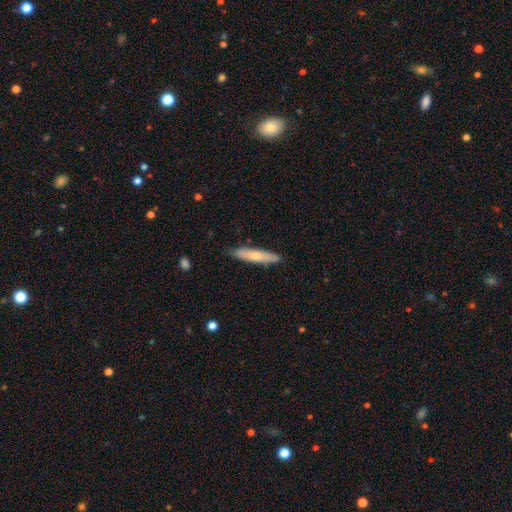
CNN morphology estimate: smooth 66%, featured or disk 29%, star or artifact 5%. Down the decision tree: how rounded — cigar-shaped (88%); merging — none (85%).